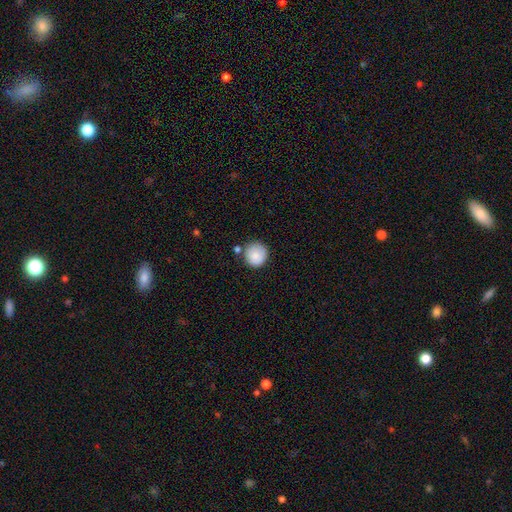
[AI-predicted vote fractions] Q: Smooth or featured?
A: smooth (86%); runner-up: star or artifact (8%)
Q: How rounded?
A: round (93%); runner-up: in between (6%)
Q: Merging?
A: none (76%); runner-up: minor disturbance (13%)